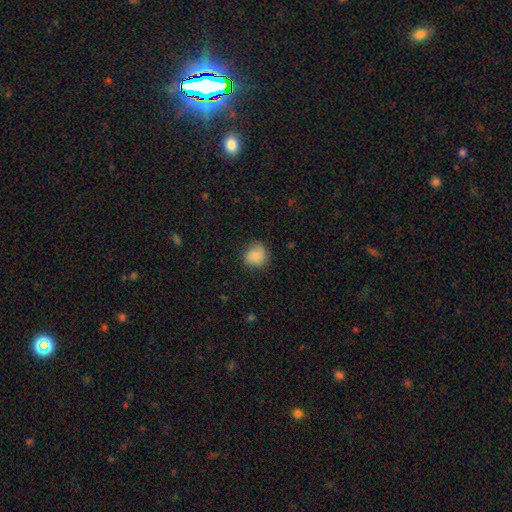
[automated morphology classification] Q: Smooth or featured?
A: smooth (83%); runner-up: star or artifact (8%)
Q: How rounded?
A: round (81%); runner-up: in between (18%)
Q: Merging?
A: none (73%); runner-up: minor disturbance (21%)